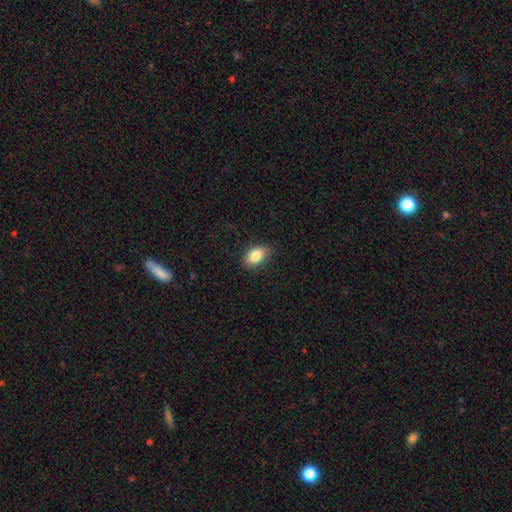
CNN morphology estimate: Smooth or featured? smooth (85%)
How rounded? in between (86%)
Merging? none (85%)